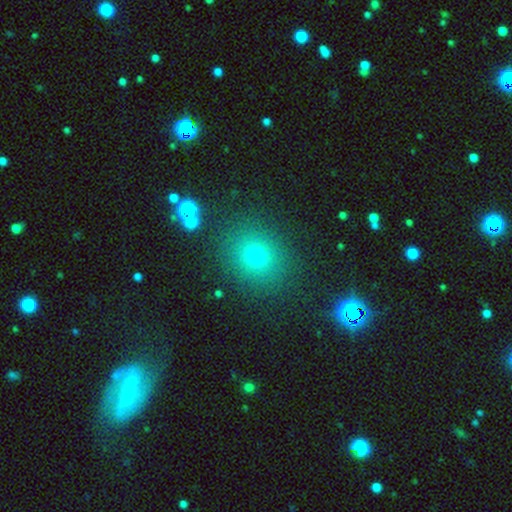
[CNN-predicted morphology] smooth_or_featured: smooth (p=0.68) [alt: star or artifact p=0.21]
how_rounded: round (p=0.68) [alt: in between p=0.30]
merging: none (p=0.85) [alt: minor disturbance p=0.09]